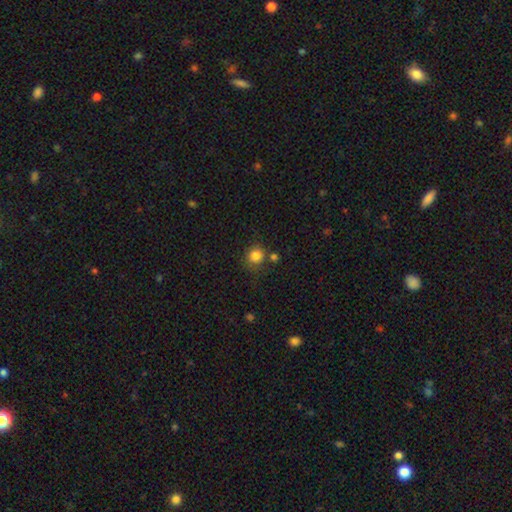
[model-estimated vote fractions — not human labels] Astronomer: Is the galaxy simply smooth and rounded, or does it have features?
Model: smooth — 83%.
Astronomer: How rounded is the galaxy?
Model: round — 88%.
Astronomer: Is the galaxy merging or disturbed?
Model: none — 73%.